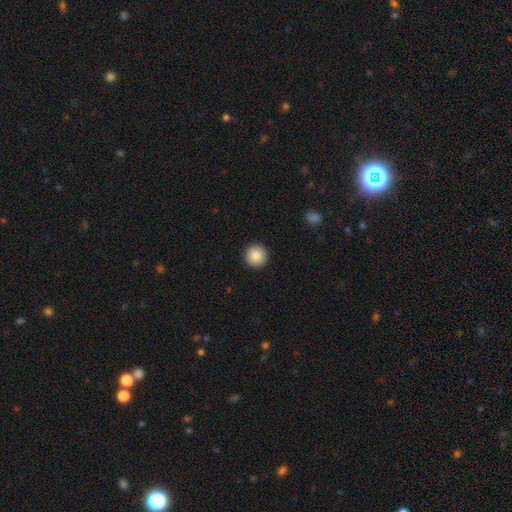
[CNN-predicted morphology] Overall: smooth (86%). How rounded: round (96%). Merging: none (93%).